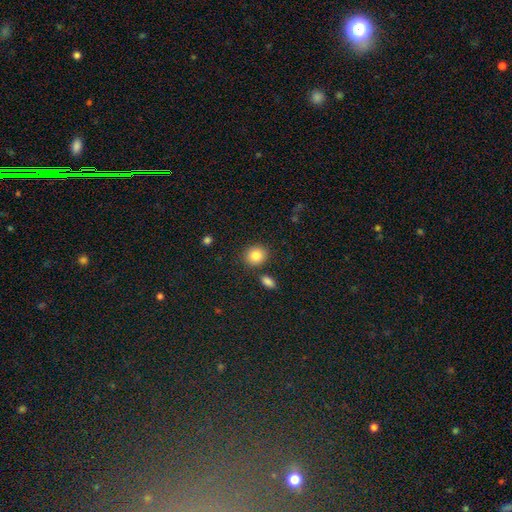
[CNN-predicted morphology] Smooth or featured: smooth — 86% (star or artifact — 9%)
How rounded: round — 74% (in between — 25%)
Merging: none — 83% (minor disturbance — 9%)